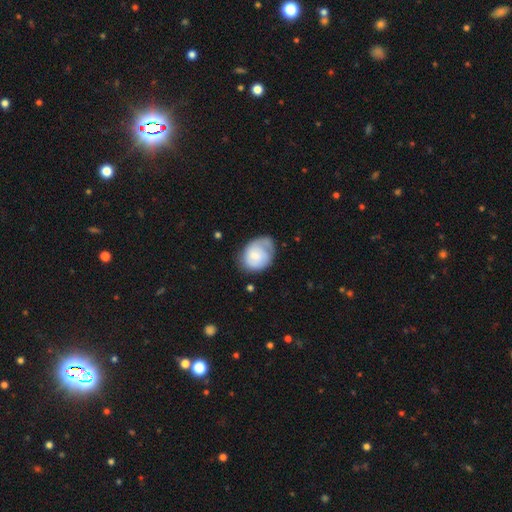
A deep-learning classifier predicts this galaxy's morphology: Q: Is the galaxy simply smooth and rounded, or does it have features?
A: smooth — 53%.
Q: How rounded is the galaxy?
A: in between — 59%.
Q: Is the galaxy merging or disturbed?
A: none — 46%.